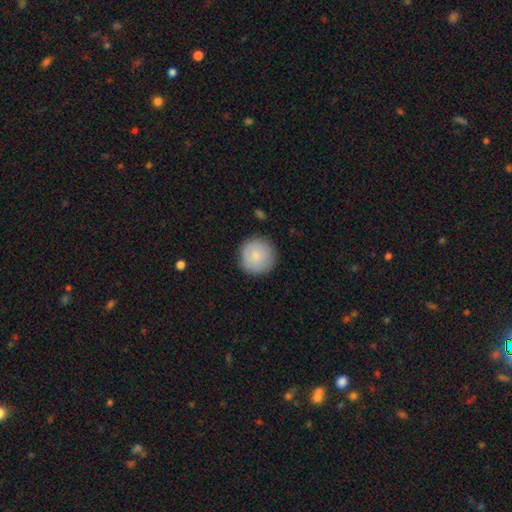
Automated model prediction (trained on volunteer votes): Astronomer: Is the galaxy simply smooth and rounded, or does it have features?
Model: smooth — 81%.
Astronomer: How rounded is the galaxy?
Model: round — 95%.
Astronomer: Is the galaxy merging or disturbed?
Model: none — 87%.